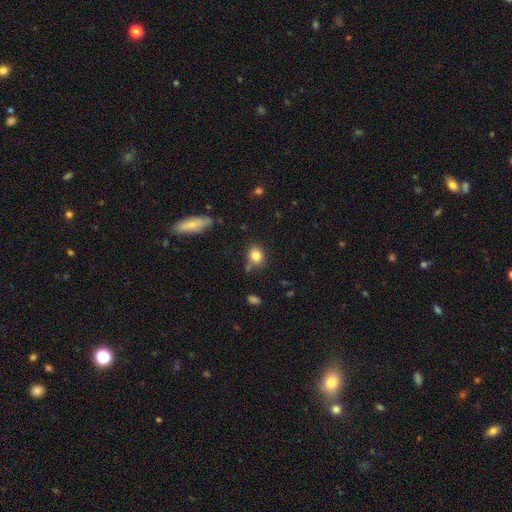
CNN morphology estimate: A smooth galaxy with no disk features (82%) that is round (60%).

Vote fractions:
- Smooth or featured? smooth: 82% / star or artifact: 11% / featured or disk: 7%
- How rounded? round: 60% / in between: 39% / cigar-shaped: 1%
- Merging? none: 69% / minor disturbance: 19% / merger: 7% / major disturbance: 5%